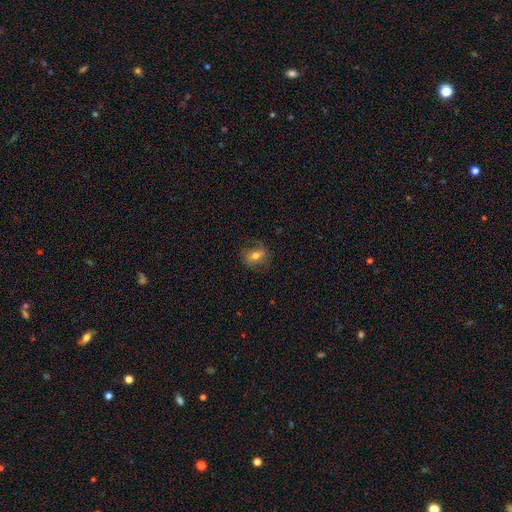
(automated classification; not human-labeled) The model was most divided on "smooth or featured": smooth: 51%, featured or disk: 39%, star or artifact: 10%. More confident: merging — none (73%); how rounded — in between (55%).